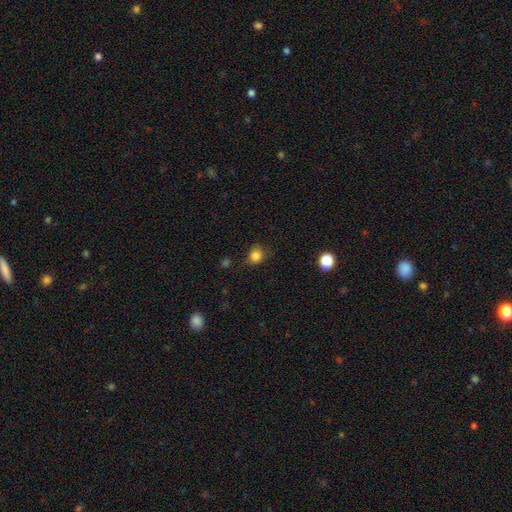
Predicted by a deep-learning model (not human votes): smooth-or-featured: smooth: 83% | star or artifact: 12% | featured or disk: 5%
  how-rounded: round: 76% | in between: 23% | cigar-shaped: 1%
  merging: none: 72% | minor disturbance: 21% | major disturbance: 5% | merger: 2%